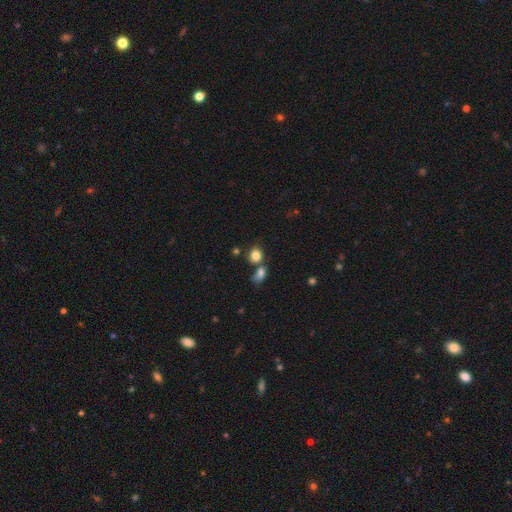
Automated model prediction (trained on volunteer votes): smooth 82%, star or artifact 11%, featured or disk 7%. Down the decision tree: how rounded — round (70%); merging — none (51%).